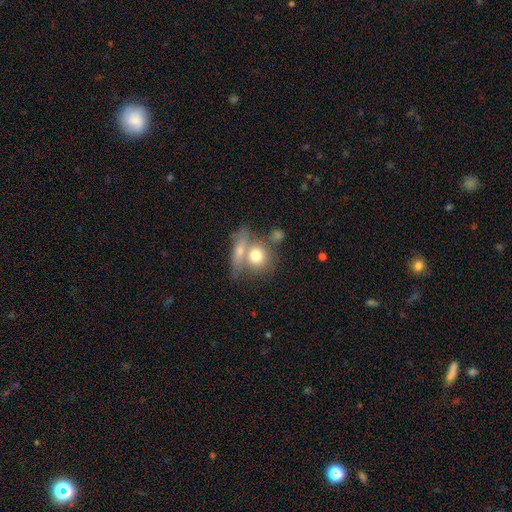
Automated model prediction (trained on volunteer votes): Q: Smooth or featured?
A: smooth (73%); runner-up: featured or disk (19%)
Q: How rounded?
A: round (68%); runner-up: in between (27%)
Q: Merging?
A: merger (47%); runner-up: none (38%)